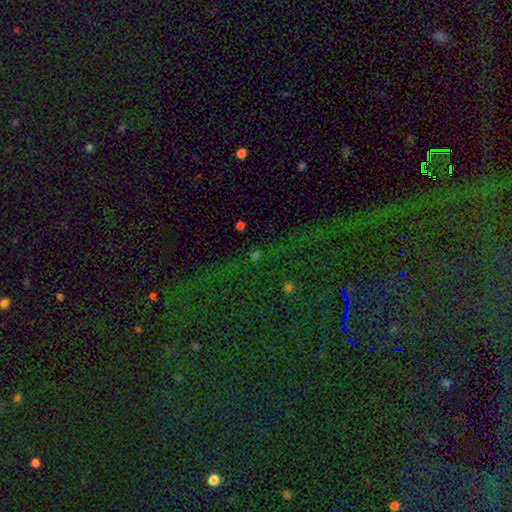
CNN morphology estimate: Overall: star or artifact (65%; smooth 25%).